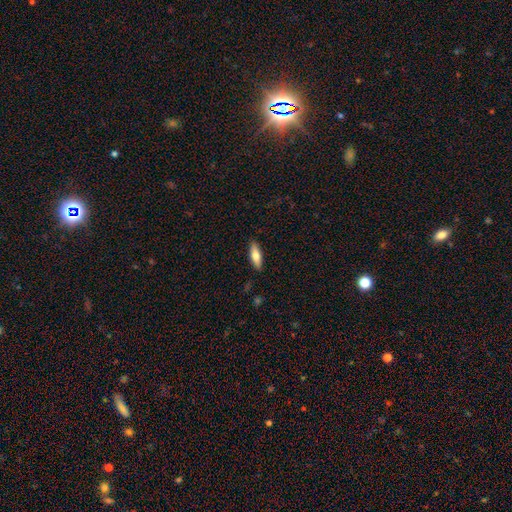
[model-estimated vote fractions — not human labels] Smooth or featured? smooth (70%)
How rounded? in between (54%)
Merging? none (89%)